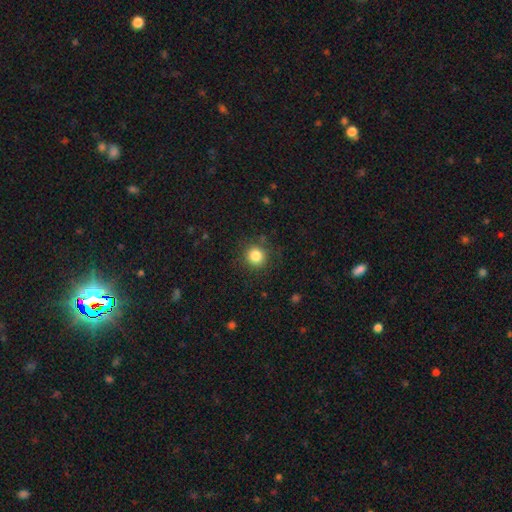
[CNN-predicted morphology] type=smooth (84%); roundness=round (93%); merging=none (87%).